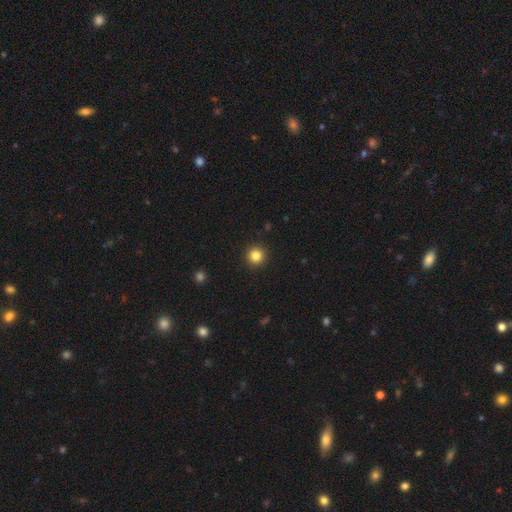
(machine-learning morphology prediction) Smooth or featured? smooth (84%)
How rounded? round (96%)
Merging? none (93%)